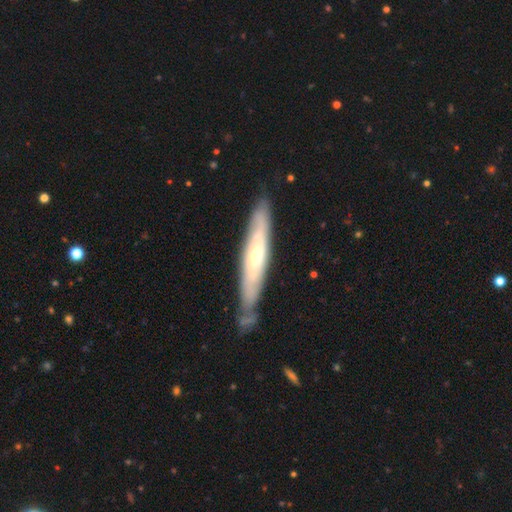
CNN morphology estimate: Q: Smooth or featured?
A: featured or disk (66%); runner-up: smooth (28%)
Q: Edge-on disk?
A: yes (58%); runner-up: no (42%)
Q: Merging?
A: none (72%); runner-up: minor disturbance (19%)